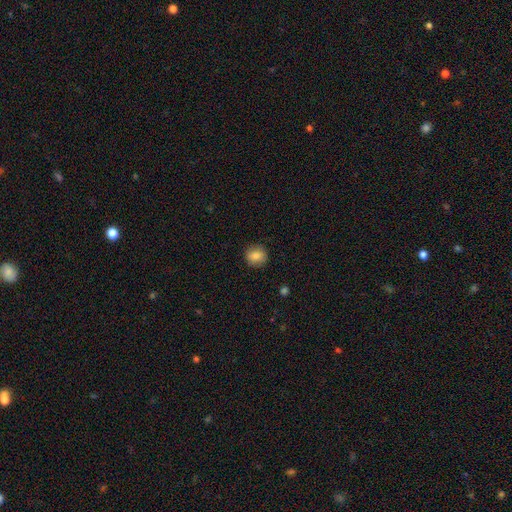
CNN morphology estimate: A smooth galaxy with no disk features (85%) that is round (89%). Merging: none (90%).